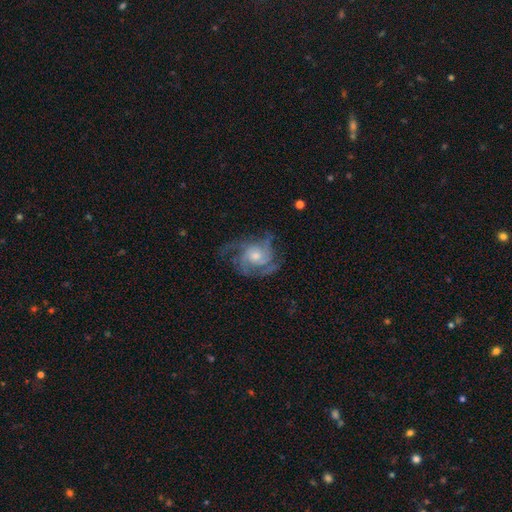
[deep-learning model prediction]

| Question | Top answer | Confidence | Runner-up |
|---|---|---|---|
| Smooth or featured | featured or disk | 82% | smooth (11%) |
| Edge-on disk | no | 98% | yes (2%) |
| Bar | no | 76% | weak (21%) |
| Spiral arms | yes | 94% | no (6%) |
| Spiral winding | medium | 44% | tight (42%) |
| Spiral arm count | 3 | 35% | can't tell (21%) |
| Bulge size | moderate | 59% | small (30%) |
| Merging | none | 62% | minor disturbance (20%) |